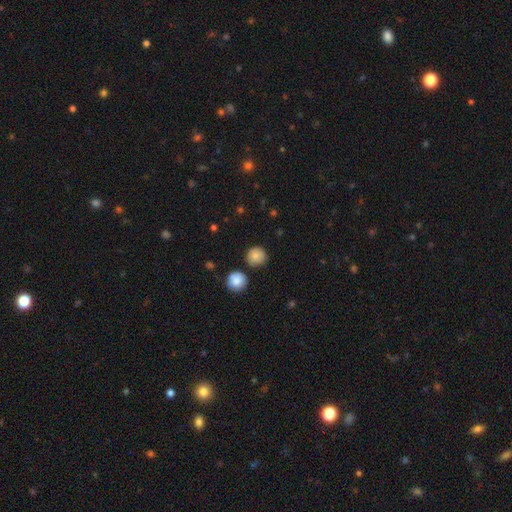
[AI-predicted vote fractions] Smooth or featured: smooth — 84% (star or artifact — 9%)
How rounded: round — 92% (in between — 7%)
Merging: none — 83% (minor disturbance — 10%)